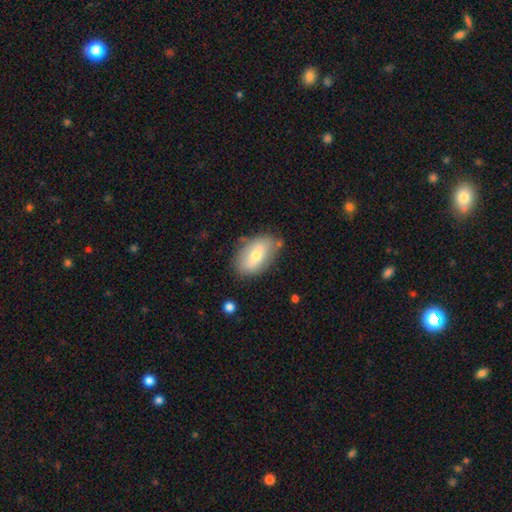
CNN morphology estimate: This is likely a smooth galaxy (66%). How rounded: clearly in between (91%). Merging: likely none (75%).